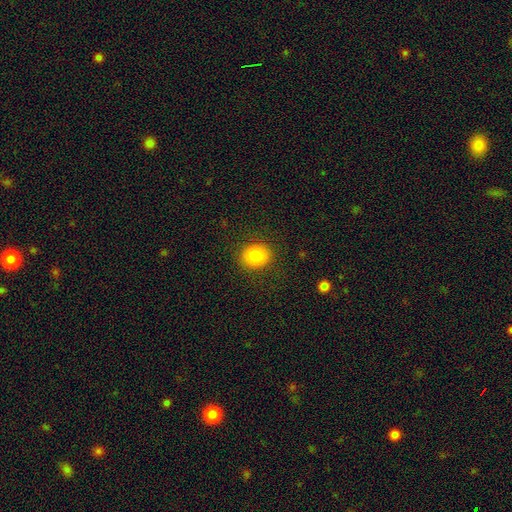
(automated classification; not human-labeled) Smooth or featured?
  - smooth: 81% *
  - star or artifact: 11%
  - featured or disk: 8%
How rounded?
  - round: 68% *
  - in between: 31%
  - cigar-shaped: 1%
Merging?
  - none: 88% *
  - minor disturbance: 8%
  - major disturbance: 3%
  - merger: 1%